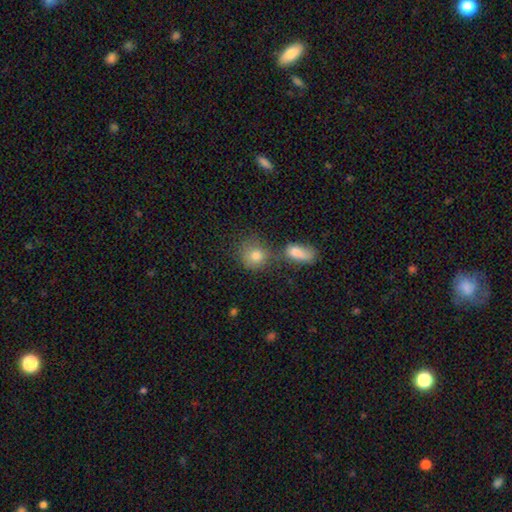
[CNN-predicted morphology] The model was most divided on "merging": none: 47%, merger: 34%, minor disturbance: 13%, major disturbance: 7%. More confident: smooth or featured — smooth (80%); how rounded — round (72%).